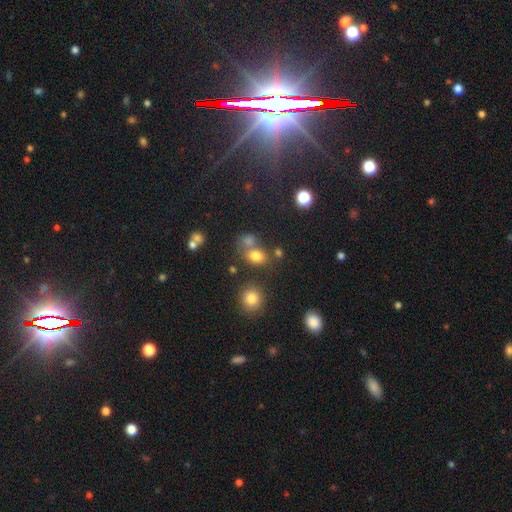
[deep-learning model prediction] A smooth galaxy with no disk features (75%) that is in between round and cigar-shaped (57%).

Vote fractions:
- Smooth or featured? smooth: 75% / star or artifact: 16% / featured or disk: 9%
- How rounded? in between: 57% / round: 41% / cigar-shaped: 1%
- Merging? none: 52% / merger: 30% / minor disturbance: 12% / major disturbance: 6%